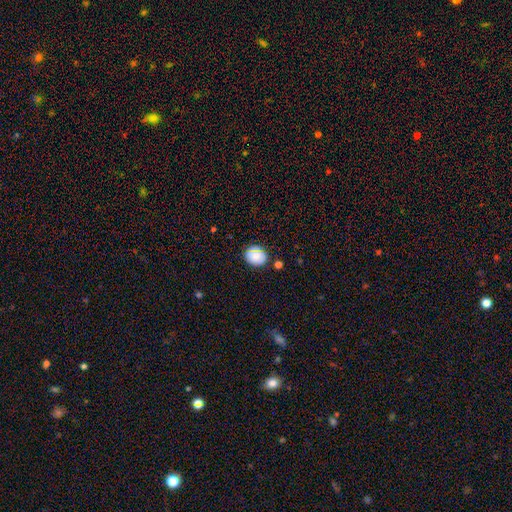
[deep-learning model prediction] smooth 83%, star or artifact 8%, featured or disk 8%. Down the decision tree: how rounded — round (69%); merging — none (79%).